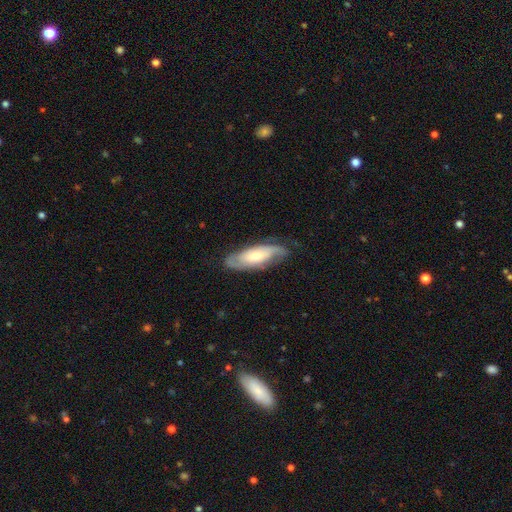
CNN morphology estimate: Smooth or featured: featured or disk — 67% (smooth — 28%)
Edge-on disk: no — 83% (yes — 17%)
Bar: no — 63% (weak — 27%)
Spiral arms: yes — 85% (no — 15%)
Bulge size: moderate — 59% (small — 28%)
Merging: none — 76% (minor disturbance — 17%)